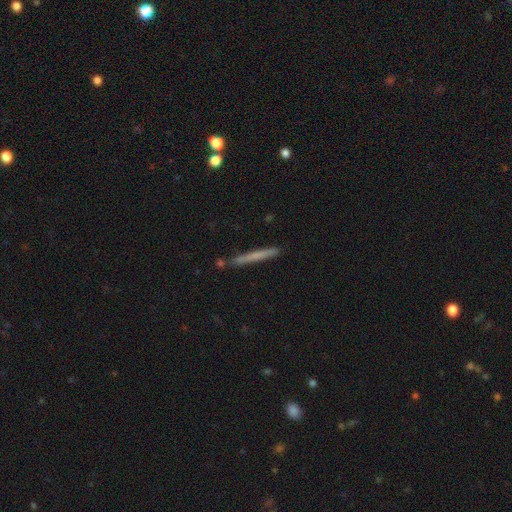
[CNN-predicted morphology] The model was most divided on "smooth or featured": smooth: 55%, featured or disk: 38%, star or artifact: 7%. More confident: how rounded — cigar-shaped (97%); merging — none (84%).